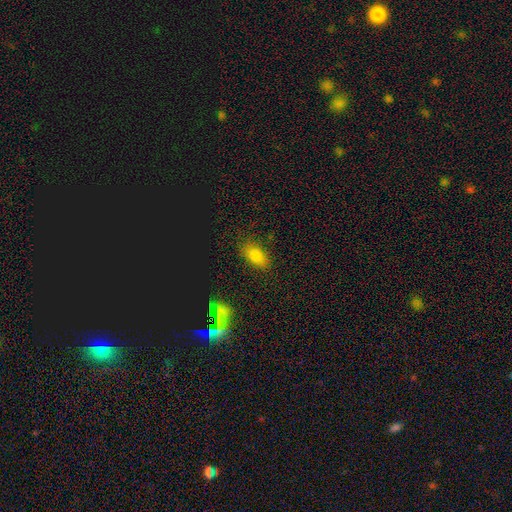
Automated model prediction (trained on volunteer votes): This appears to be a smooth galaxy with no disk features (78%) that is in between round and cigar-shaped (88%). Merging: none (83%).